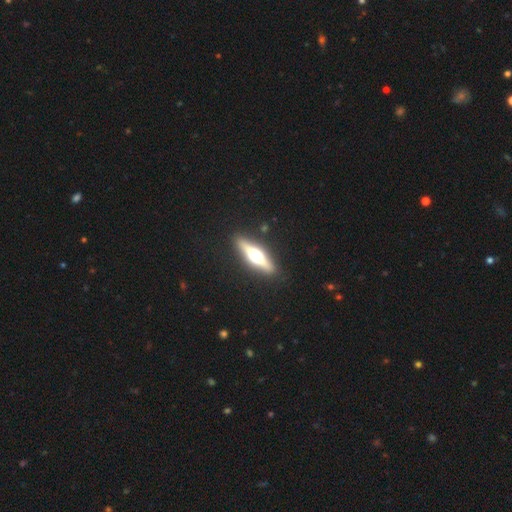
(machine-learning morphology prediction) The model was most divided on "smooth or featured": featured or disk: 69%, smooth: 26%, star or artifact: 5%. More confident: edge-on disk — yes (96%); edge-on bulge — rounded (93%); merging — none (90%).